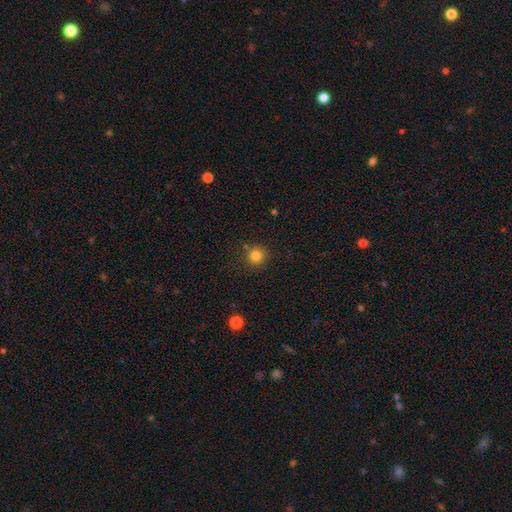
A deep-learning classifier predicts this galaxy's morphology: Q: Smooth or featured?
A: smooth (82%); runner-up: star or artifact (13%)
Q: How rounded?
A: round (93%); runner-up: in between (6%)
Q: Merging?
A: none (86%); runner-up: minor disturbance (8%)